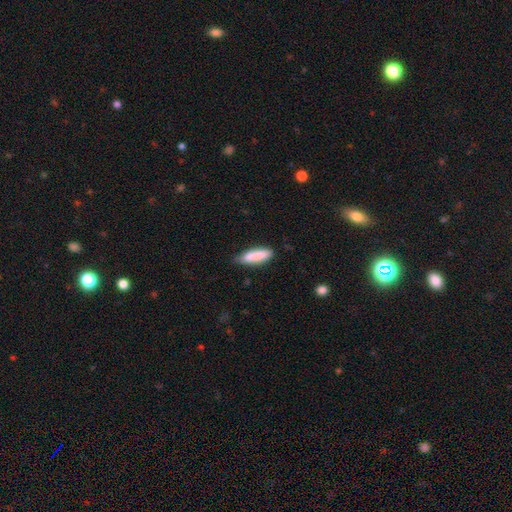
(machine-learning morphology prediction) smooth 85%, featured or disk 9%, star or artifact 6%. Down the decision tree: how rounded — cigar-shaped (56%); merging — none (72%).